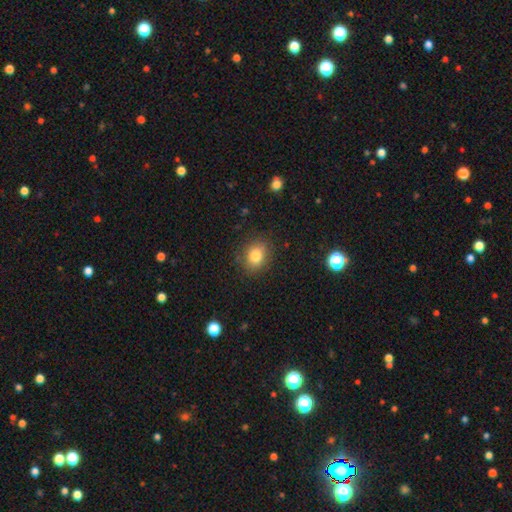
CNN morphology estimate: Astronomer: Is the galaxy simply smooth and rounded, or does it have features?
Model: smooth — 81%.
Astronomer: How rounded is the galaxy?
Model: round — 56% (runner-up: in between, 43%).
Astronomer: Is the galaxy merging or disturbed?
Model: none — 84%.